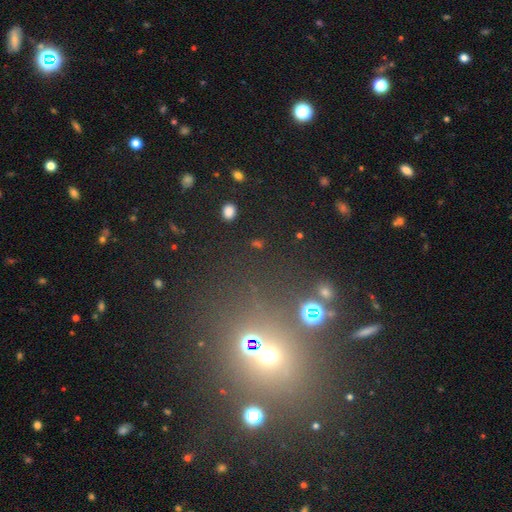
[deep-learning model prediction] smooth_or_featured: star or artifact (p=0.54) [alt: smooth p=0.32]